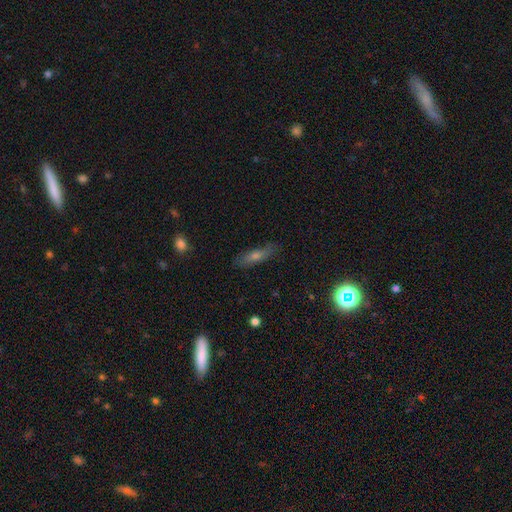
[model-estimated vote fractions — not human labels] smooth 51%, featured or disk 35%, star or artifact 14%. Down the decision tree: how rounded — cigar-shaped (69%); merging — none (83%).